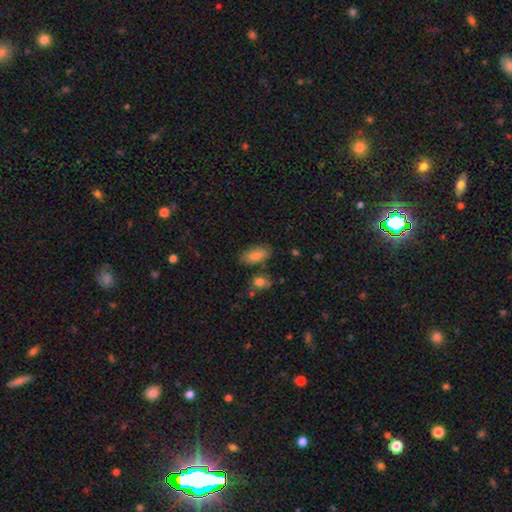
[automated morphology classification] A smooth galaxy with no disk features (80%) that is in between round and cigar-shaped (87%).

Vote fractions:
- Smooth or featured? smooth: 80% / featured or disk: 13% / star or artifact: 7%
- How rounded? in between: 87% / cigar-shaped: 9% / round: 3%
- Merging? none: 76% / minor disturbance: 14% / merger: 7% / major disturbance: 3%